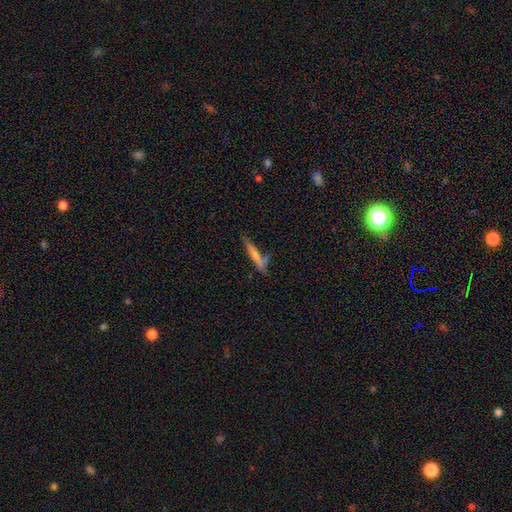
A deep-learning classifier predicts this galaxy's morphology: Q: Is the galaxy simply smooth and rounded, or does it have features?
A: smooth — 63%.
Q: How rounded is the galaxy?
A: cigar-shaped — 92%.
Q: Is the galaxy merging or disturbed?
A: none — 62%.